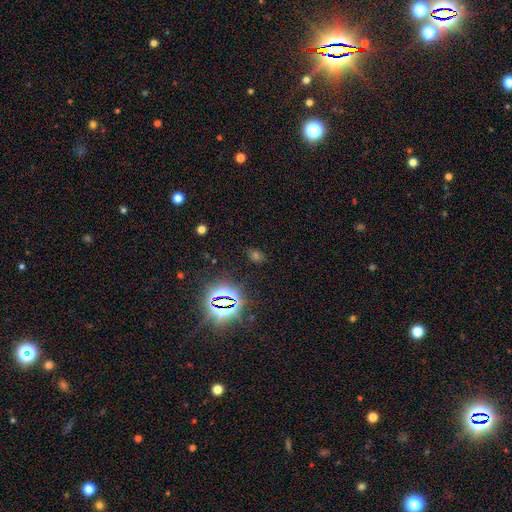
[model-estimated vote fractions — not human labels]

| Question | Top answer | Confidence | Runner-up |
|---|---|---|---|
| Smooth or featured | star or artifact | 58% | smooth (33%) |